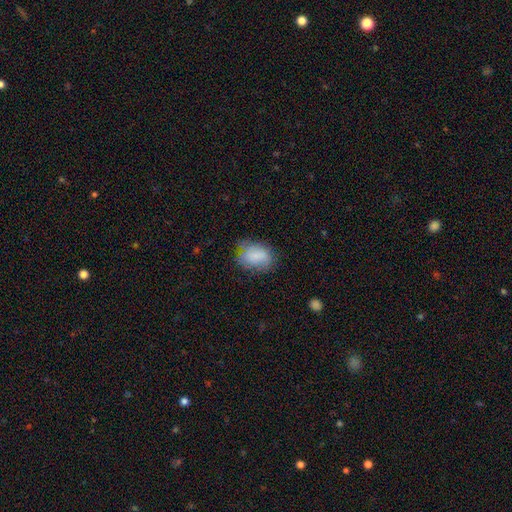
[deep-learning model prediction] smooth_or_featured: smooth (p=0.82) [alt: featured or disk p=0.10]
how_rounded: in between (p=0.82) [alt: round p=0.17]
merging: none (p=0.63) [alt: minor disturbance p=0.27]